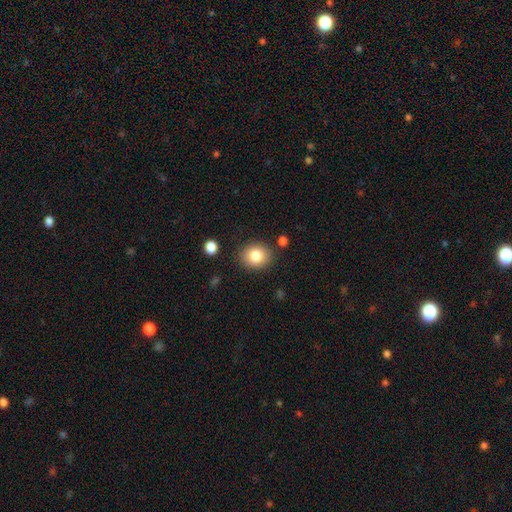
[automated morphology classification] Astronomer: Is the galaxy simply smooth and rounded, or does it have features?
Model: smooth — 82%.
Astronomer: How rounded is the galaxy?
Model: round — 64%.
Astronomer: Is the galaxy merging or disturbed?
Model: none — 85%.